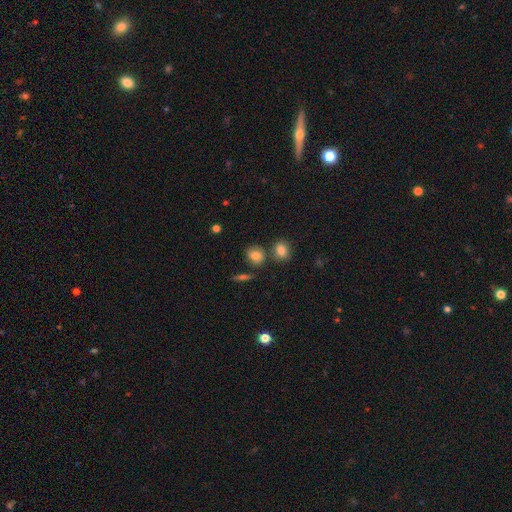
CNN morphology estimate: Q: Smooth or featured?
A: smooth (75%); runner-up: featured or disk (13%)
Q: How rounded?
A: round (56%); runner-up: in between (41%)
Q: Merging?
A: none (68%); runner-up: minor disturbance (14%)